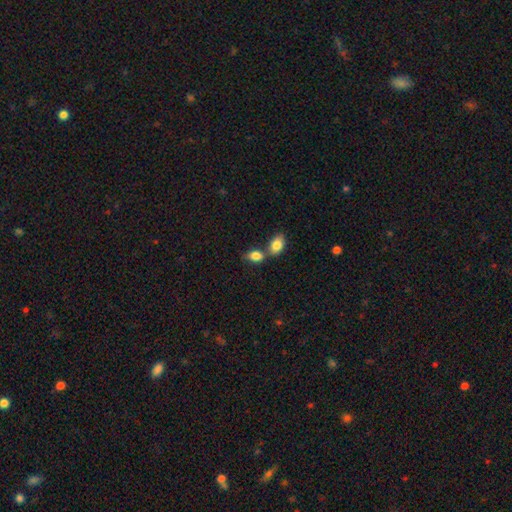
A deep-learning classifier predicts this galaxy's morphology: This appears to be a smooth galaxy with no disk features (84%) that is in between round and cigar-shaped (84%). Merging: merger (46%).